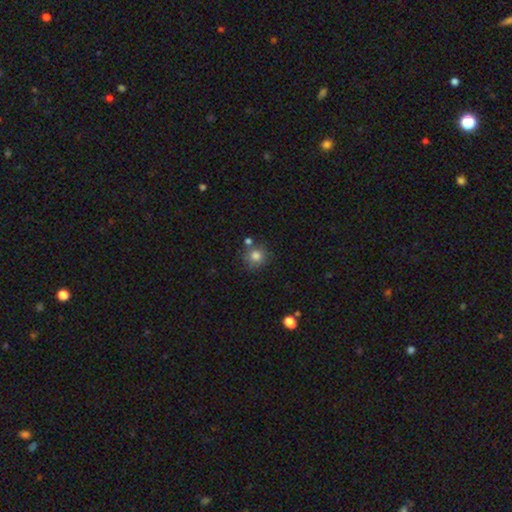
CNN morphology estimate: Smooth or featured: smooth — 82% (star or artifact — 11%)
How rounded: round — 91% (in between — 8%)
Merging: none — 73% (merger — 12%)